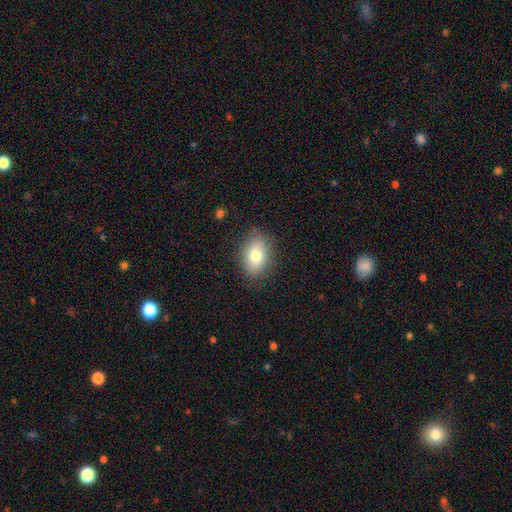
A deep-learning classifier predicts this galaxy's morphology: smooth-or-featured: smooth: 79% | featured or disk: 12% | star or artifact: 8%
  how-rounded: in between: 83% | round: 15% | cigar-shaped: 2%
  merging: none: 83% | minor disturbance: 13% | major disturbance: 3% | merger: 1%